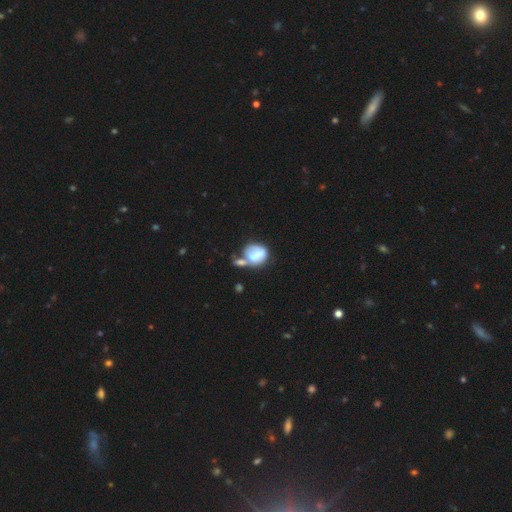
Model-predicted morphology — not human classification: Q: Smooth or featured?
A: smooth (56%); runner-up: featured or disk (35%)
Q: How rounded?
A: in between (51%); runner-up: round (47%)
Q: Merging?
A: merger (44%); runner-up: none (23%)